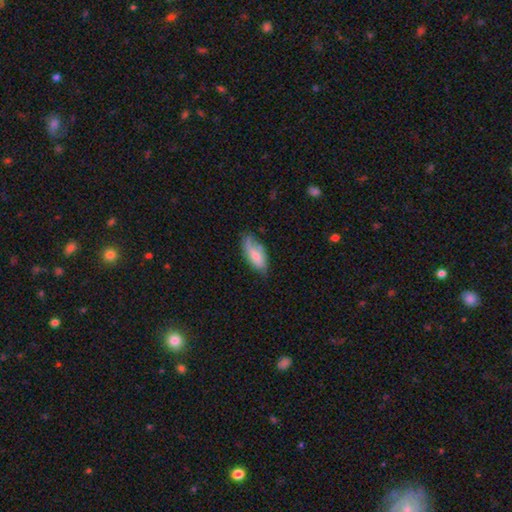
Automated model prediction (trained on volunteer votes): Morphology: type=smooth (65%); roundness=in between (87%); merging=none (57%).